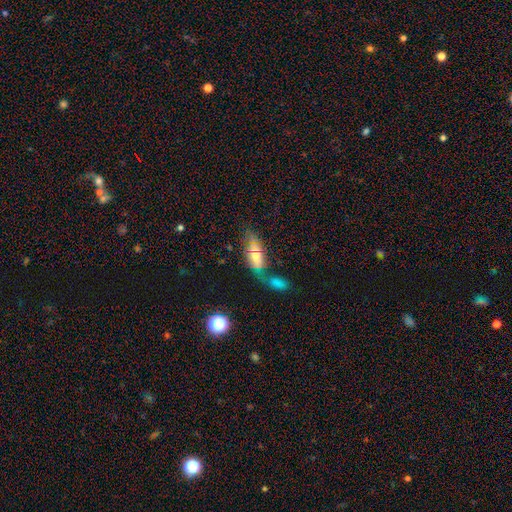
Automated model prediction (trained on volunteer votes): This appears to be a smooth galaxy with no disk features (50%). Merging: merger (37%).